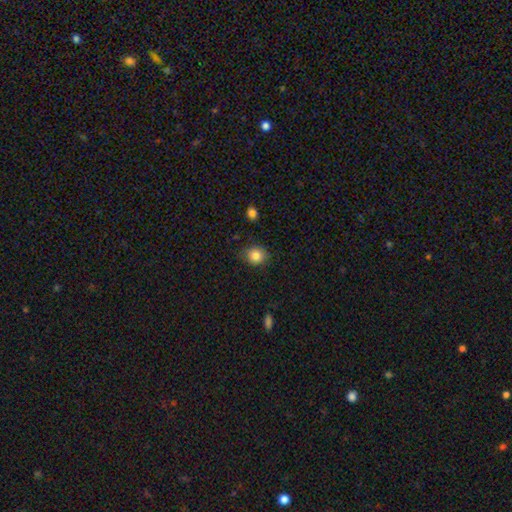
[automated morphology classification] smooth_or_featured: smooth (p=0.85) [alt: star or artifact p=0.10]
how_rounded: round (p=0.74) [alt: in between p=0.25]
merging: none (p=0.81) [alt: minor disturbance p=0.15]